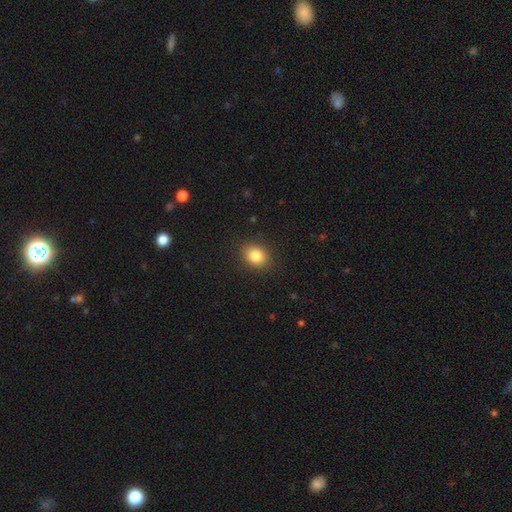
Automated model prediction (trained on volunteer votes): Smooth or featured? Predicted: smooth (p=0.84). How rounded? Predicted: in between (p=0.51). Merging? Predicted: none (p=0.88).